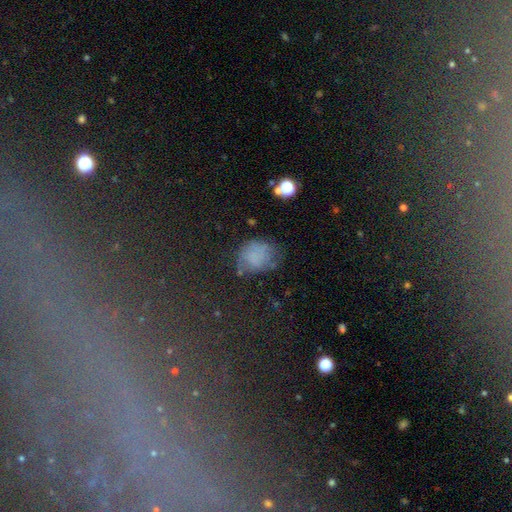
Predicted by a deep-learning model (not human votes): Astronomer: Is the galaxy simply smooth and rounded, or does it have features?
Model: smooth — 62%.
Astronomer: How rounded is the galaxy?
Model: round — 56% (runner-up: in between, 43%).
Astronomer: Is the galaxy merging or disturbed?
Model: none — 54%.